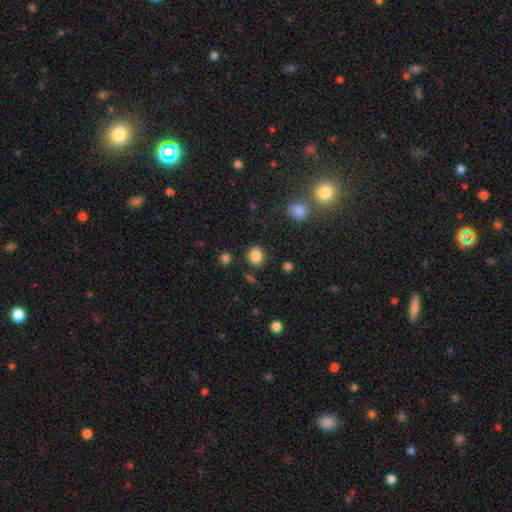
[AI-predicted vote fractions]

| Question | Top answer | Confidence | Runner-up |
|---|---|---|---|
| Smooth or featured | smooth | 86% | star or artifact (10%) |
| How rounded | round | 66% | in between (33%) |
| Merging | none | 84% | minor disturbance (10%) |